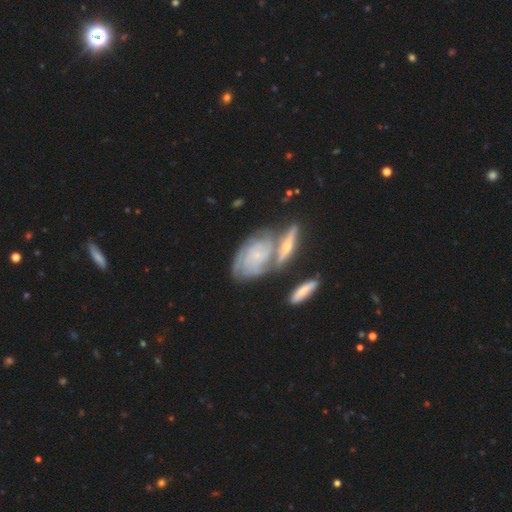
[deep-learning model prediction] Smooth or featured?
  - featured or disk: 78% *
  - smooth: 15%
  - star or artifact: 7%
Edge-on disk?
  - no: 90% *
  - yes: 10%
Bar?
  - no: 74% *
  - weak: 20%
  - strong: 6%
Spiral arms?
  - yes: 90% *
  - no: 10%
Spiral winding?
  - tight: 71% *
  - medium: 23%
  - loose: 6%
Spiral arm count?
  - can't tell: 41% *
  - 3: 20%
  - 2: 15%
  - 4: 13%
  - more than 4: 6%
  - 1: 5%
Bulge size?
  - small: 74% *
  - moderate: 13%
  - none: 9%
  - large: 2%
  - dominant: 1%
Merging?
  - none: 45% *
  - merger: 33%
  - minor disturbance: 15%
  - major disturbance: 7%